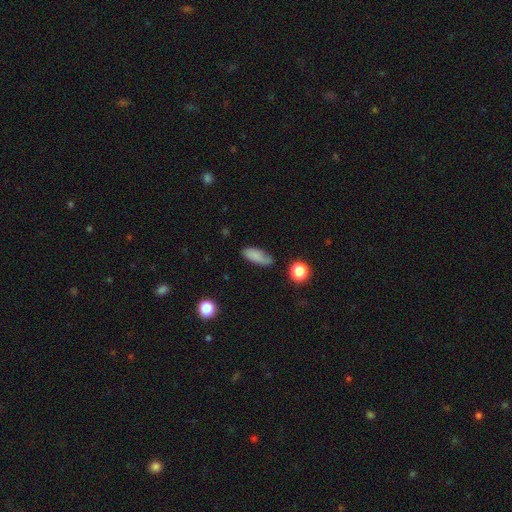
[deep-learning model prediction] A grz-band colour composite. It shows a smooth galaxy with no disk features (80%) that is in between round and cigar-shaped (73%). Merging: none (68%).